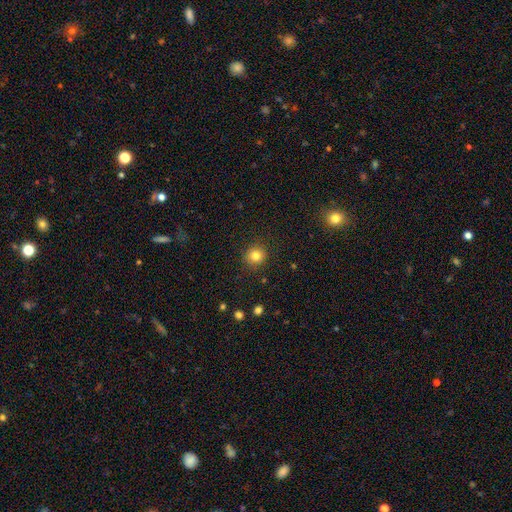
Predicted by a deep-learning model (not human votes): Morphology: type=smooth (82%); roundness=round (92%); merging=none (90%).